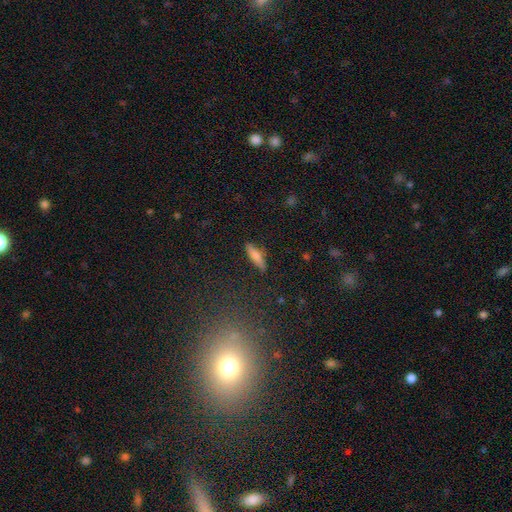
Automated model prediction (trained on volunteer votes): A smooth galaxy with no disk features (70%) that is cigar-shaped (68%).

Vote fractions:
- Smooth or featured? smooth: 70% / featured or disk: 23% / star or artifact: 8%
- How rounded? cigar-shaped: 68% / in between: 29% / round: 2%
- Merging? none: 85% / minor disturbance: 11% / major disturbance: 3% / merger: 2%